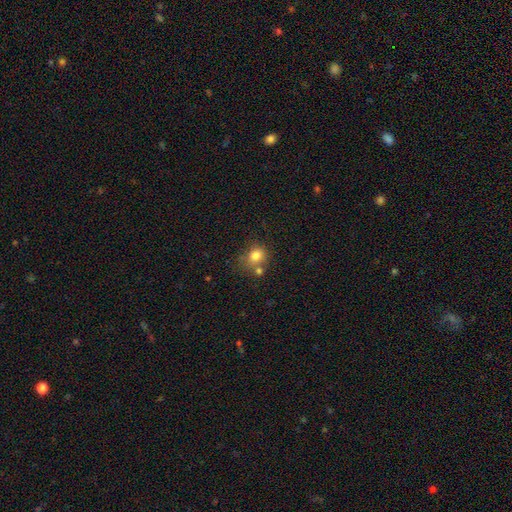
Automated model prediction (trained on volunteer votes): Smooth or featured? smooth (79%)
How rounded? round (70%)
Merging? none (53%)